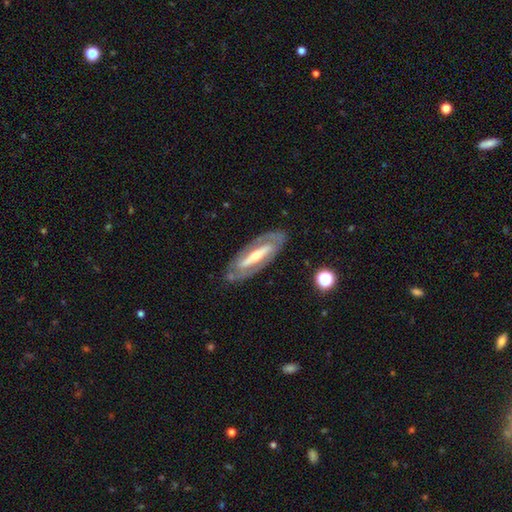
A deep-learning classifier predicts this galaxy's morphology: This appears to be a featured or disk galaxy (80%) with a strong bar (65%), spiral arms (70%) and a moderate central bulge (49%). Merging: none (81%).